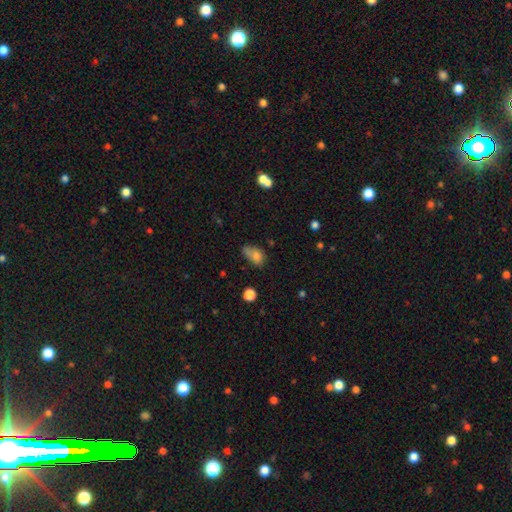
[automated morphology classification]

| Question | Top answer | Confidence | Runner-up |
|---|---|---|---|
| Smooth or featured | smooth | 73% | featured or disk (15%) |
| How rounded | in between | 80% | round (17%) |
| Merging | none | 34% | minor disturbance (33%) |